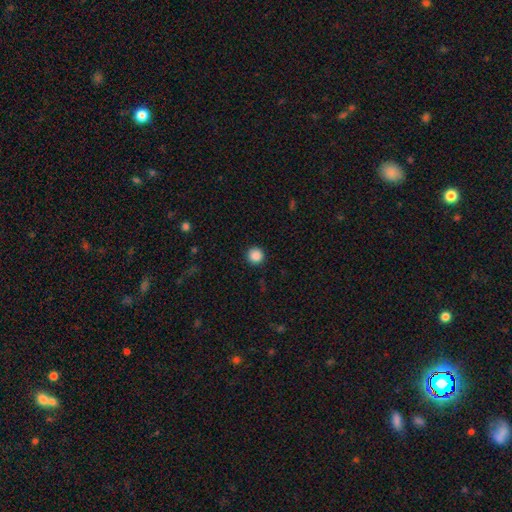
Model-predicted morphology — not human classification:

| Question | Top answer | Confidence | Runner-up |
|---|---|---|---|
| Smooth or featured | smooth | 88% | star or artifact (10%) |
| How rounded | round | 96% | in between (3%) |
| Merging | none | 92% | minor disturbance (5%) |